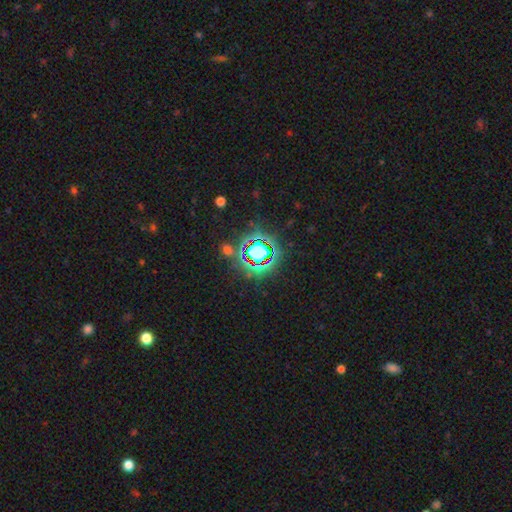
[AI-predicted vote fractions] Smooth or featured? star or artifact (70%)